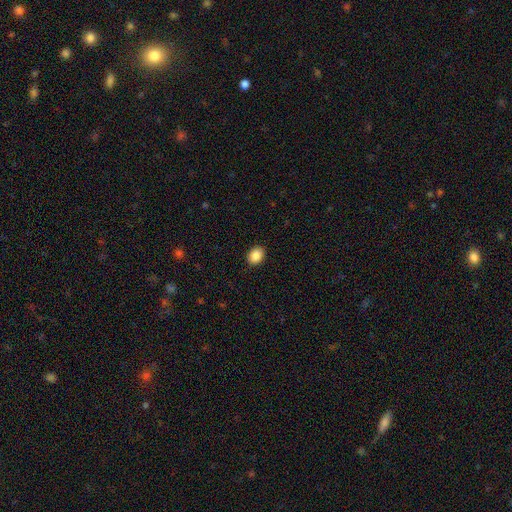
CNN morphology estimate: smooth_or_featured: smooth (p=0.88) [alt: star or artifact p=0.08]
how_rounded: in between (p=0.62) [alt: round p=0.37]
merging: none (p=0.91) [alt: minor disturbance p=0.07]